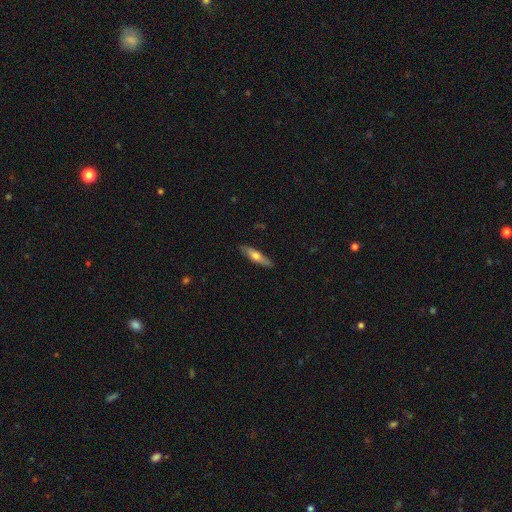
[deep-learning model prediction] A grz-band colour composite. It shows a smooth galaxy with no disk features (57%) that is cigar-shaped (75%). Merging: none (88%).